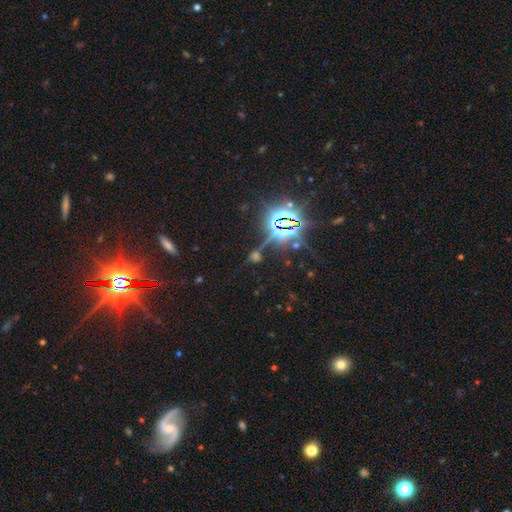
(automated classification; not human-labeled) Smooth or featured? Predicted: star or artifact (p=0.72).